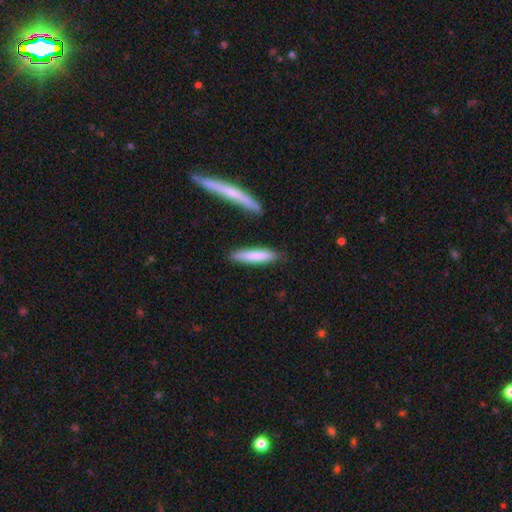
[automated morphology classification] Overall: smooth (77%). How rounded: cigar-shaped (85%). Merging: none (81%).